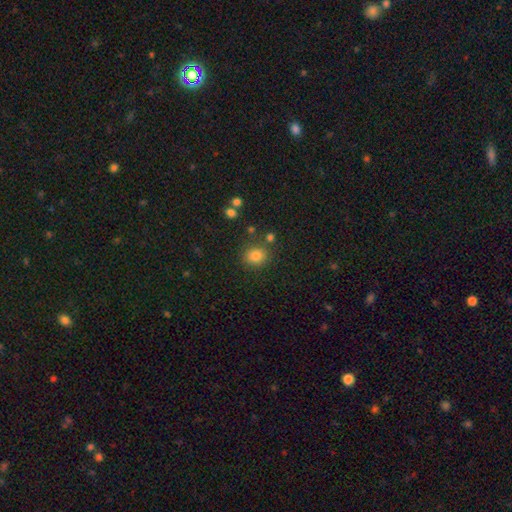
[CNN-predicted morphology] Q: Smooth or featured?
A: smooth (83%); runner-up: star or artifact (12%)
Q: How rounded?
A: round (73%); runner-up: in between (26%)
Q: Merging?
A: none (80%); runner-up: minor disturbance (10%)